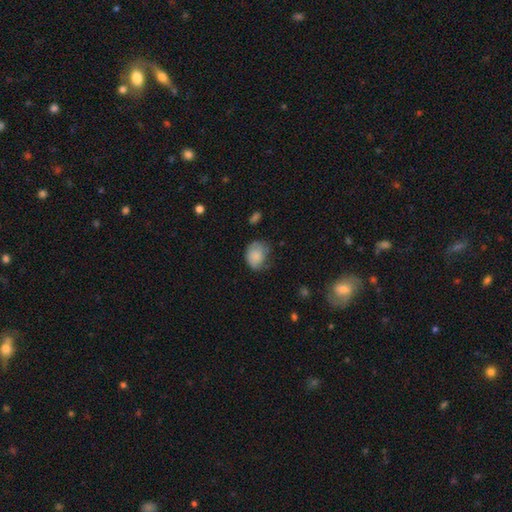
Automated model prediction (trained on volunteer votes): Smooth or featured: smooth — 81% (featured or disk — 12%)
How rounded: in between — 50% (round — 49%)
Merging: none — 47% (minor disturbance — 36%)